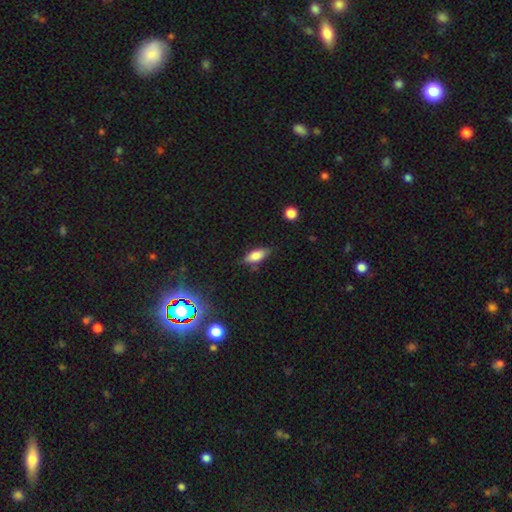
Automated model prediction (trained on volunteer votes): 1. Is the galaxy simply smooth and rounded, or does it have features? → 78% smooth, 13% featured or disk, 9% star or artifact.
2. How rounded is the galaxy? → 79% in between, 18% cigar-shaped, 3% round.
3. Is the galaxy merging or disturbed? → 77% none, 17% minor disturbance, 3% major disturbance, 2% merger.